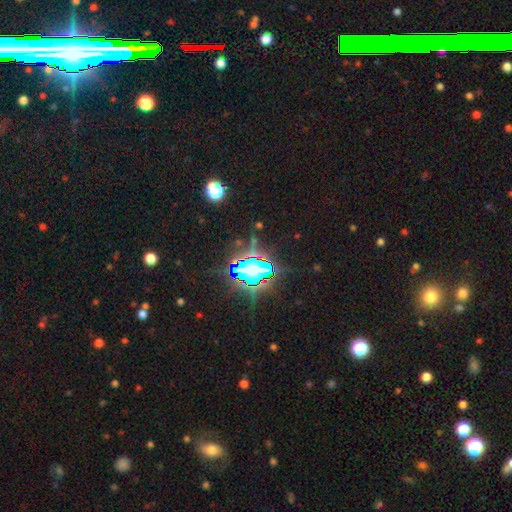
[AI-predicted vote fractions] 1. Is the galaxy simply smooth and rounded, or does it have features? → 73% star or artifact, 16% smooth, 11% featured or disk.